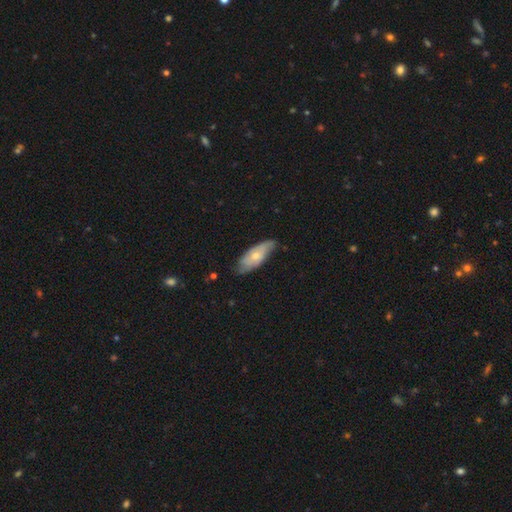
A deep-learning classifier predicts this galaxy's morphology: Overall: smooth (55%; featured or disk 40%). How rounded: in between (73%). Merging: none (66%; minor disturbance 28%).